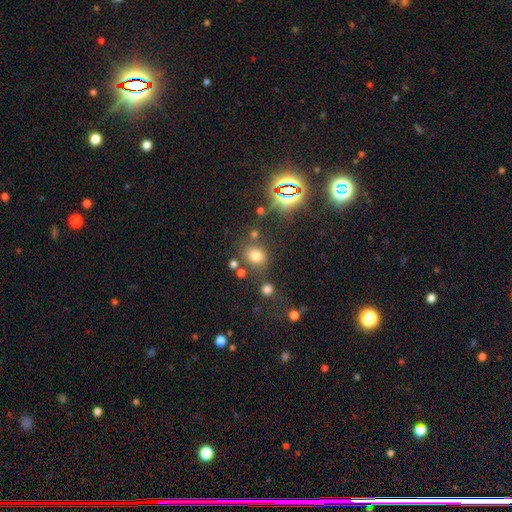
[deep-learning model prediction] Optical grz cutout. It shows a smooth galaxy with no disk features (71%) that is round (65%). Merging: none (70%).